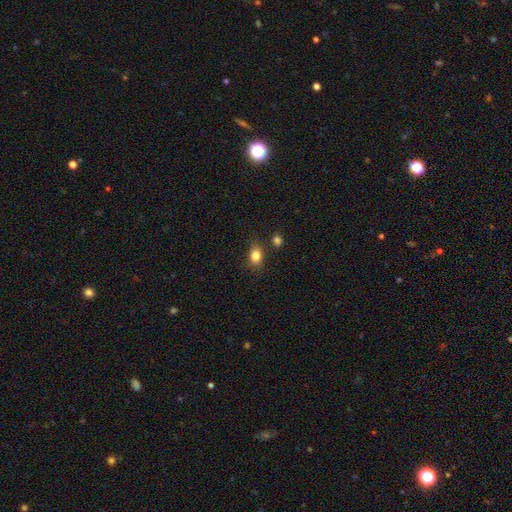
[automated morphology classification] This appears to be a smooth galaxy with no disk features (83%) that is in between round and cigar-shaped (63%). Merging: none (75%).